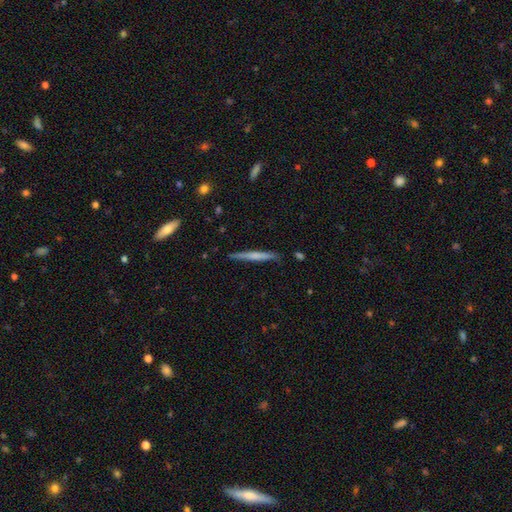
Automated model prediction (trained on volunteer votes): The model was most divided on "smooth or featured": smooth: 52%, featured or disk: 42%, star or artifact: 6%. More confident: how rounded — cigar-shaped (96%); merging — none (88%).